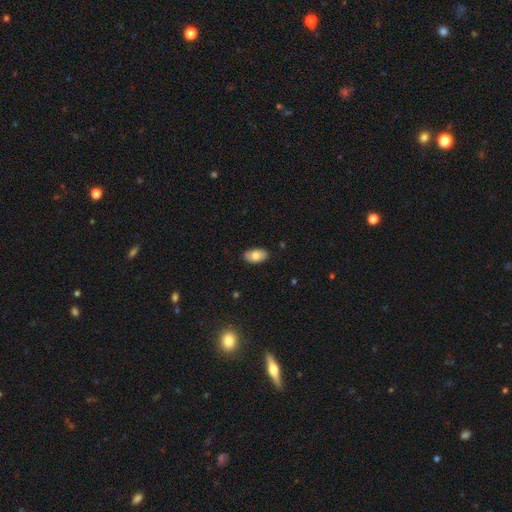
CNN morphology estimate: type=smooth (76%); roundness=in between (94%); merging=none (85%).